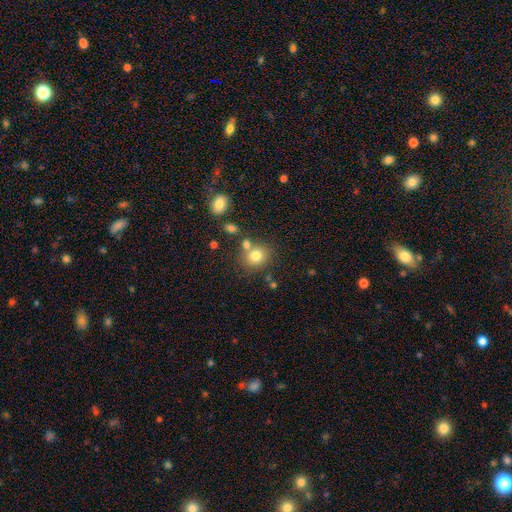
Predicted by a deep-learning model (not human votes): Q: Smooth or featured?
A: smooth (78%); runner-up: star or artifact (12%)
Q: How rounded?
A: round (70%); runner-up: in between (29%)
Q: Merging?
A: none (65%); runner-up: merger (19%)